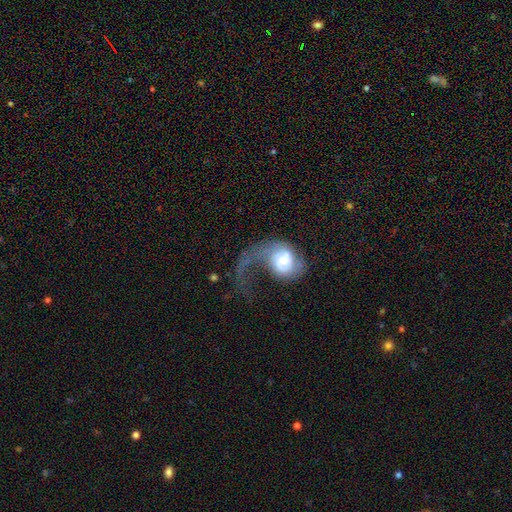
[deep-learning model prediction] smooth_or_featured: featured or disk (p=0.62) [alt: smooth p=0.28]
disk_edge_on: no (p=0.97) [alt: yes p=0.03]
bar: no (p=0.74) [alt: weak p=0.21]
has_spiral_arms: yes (p=0.84) [alt: no p=0.16]
spiral_winding: loose (p=0.70) [alt: medium p=0.22]
spiral_arm_count: 1 (p=0.78) [alt: 2 p=0.15]
bulge_size: large (p=0.38) [alt: moderate p=0.36]
merging: major disturbance (p=0.57) [alt: none p=0.25]